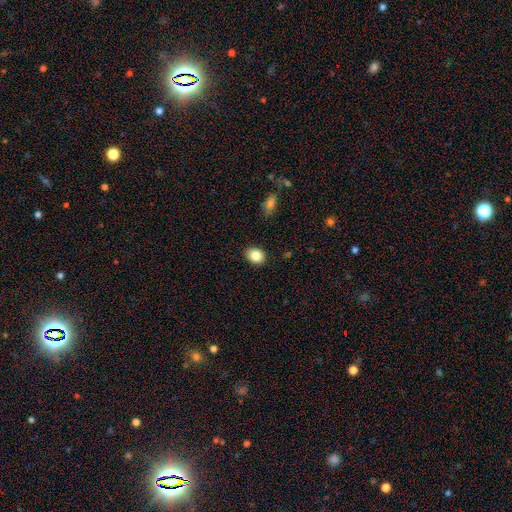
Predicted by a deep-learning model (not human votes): smooth_or_featured: smooth (p=0.86) [alt: star or artifact p=0.08]
how_rounded: in between (p=0.54) [alt: round p=0.45]
merging: none (p=0.89) [alt: minor disturbance p=0.08]